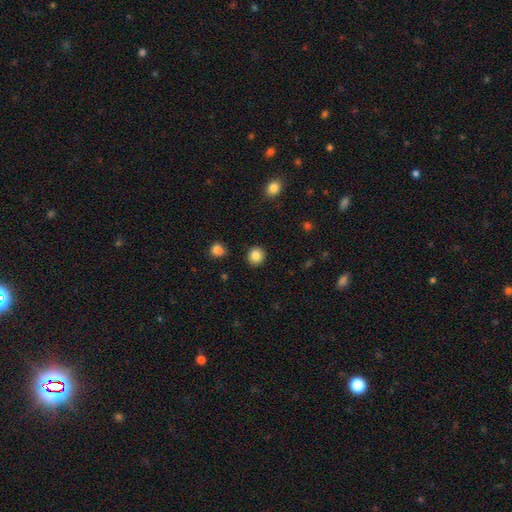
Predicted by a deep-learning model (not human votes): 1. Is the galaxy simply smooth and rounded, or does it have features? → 86% smooth, 10% star or artifact, 5% featured or disk.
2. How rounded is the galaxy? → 91% round, 8% in between, 1% cigar-shaped.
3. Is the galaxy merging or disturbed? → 91% none, 5% minor disturbance, 2% major disturbance, 2% merger.